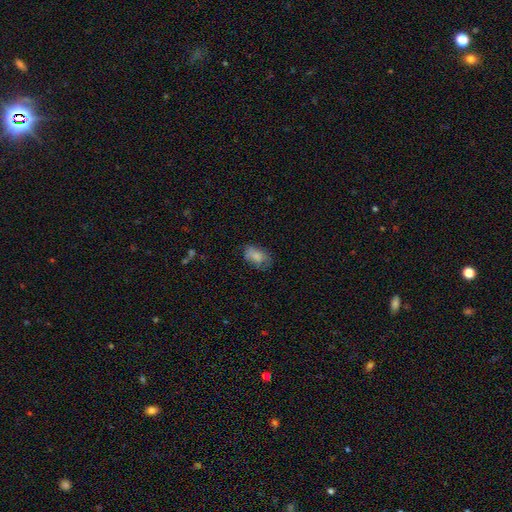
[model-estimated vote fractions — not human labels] Smooth or featured? Predicted: smooth (p=0.77). How rounded? Predicted: in between (p=0.88). Merging? Predicted: none (p=0.60).